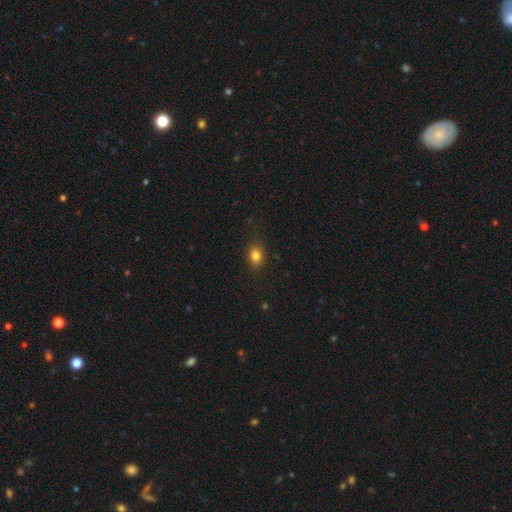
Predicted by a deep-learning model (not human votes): Smooth or featured? Predicted: smooth (p=0.81). How rounded? Predicted: in between (p=0.53). Merging? Predicted: none (p=0.84).